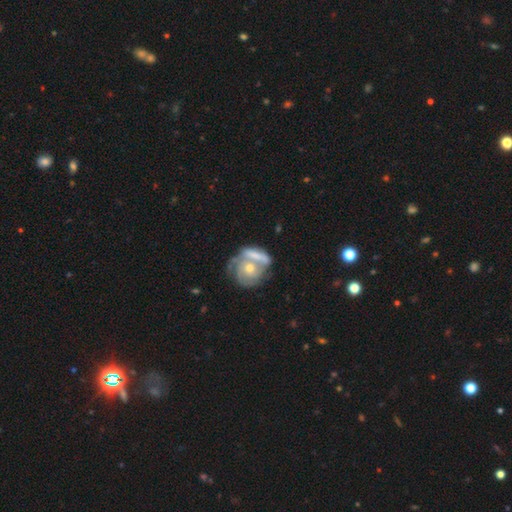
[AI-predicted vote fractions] This is possibly a featured or disk galaxy (55%). It is clearly not viewed edge-on (91%). Merging: possibly merger (51%).